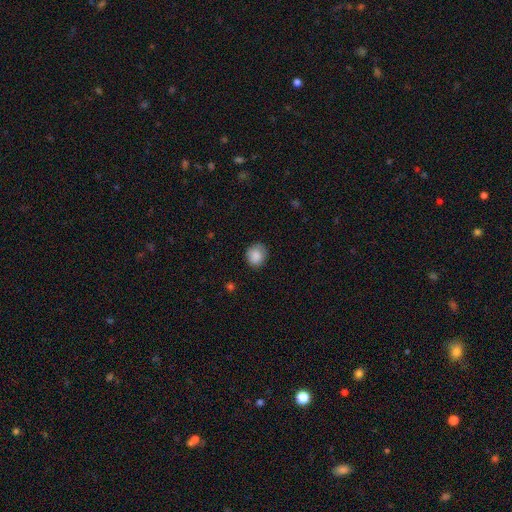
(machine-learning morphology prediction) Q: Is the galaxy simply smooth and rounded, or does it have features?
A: smooth — 87%.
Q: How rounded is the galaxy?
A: round — 81%.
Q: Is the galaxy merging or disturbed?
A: none — 80%.